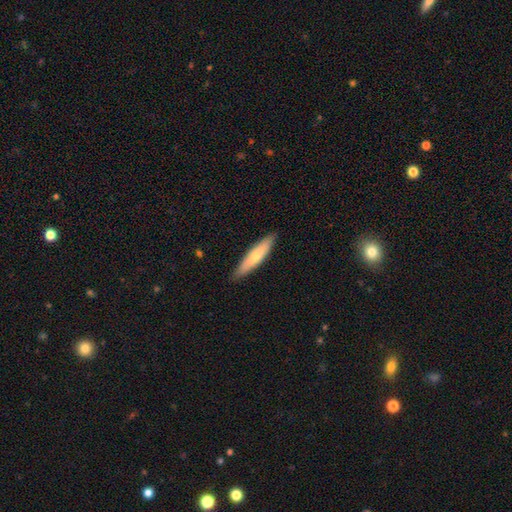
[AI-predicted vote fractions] Smooth or featured? smooth (64%)
How rounded? cigar-shaped (84%)
Merging? none (89%)